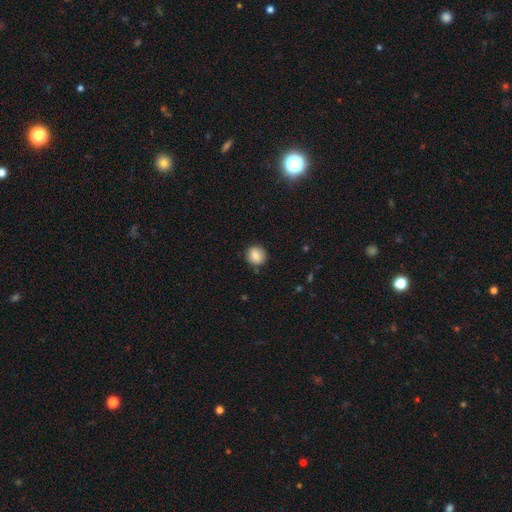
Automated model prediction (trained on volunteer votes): A smooth galaxy with no disk features (80%) that is round (86%).

Vote fractions:
- Smooth or featured? smooth: 80% / featured or disk: 10% / star or artifact: 9%
- How rounded? round: 86% / in between: 13% / cigar-shaped: 1%
- Merging? none: 84% / minor disturbance: 12% / major disturbance: 3% / merger: 2%